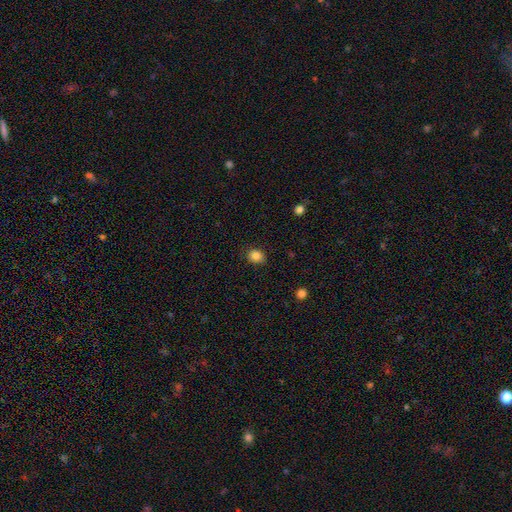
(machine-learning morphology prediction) Smooth or featured?
  - smooth: 86% *
  - star or artifact: 11%
  - featured or disk: 4%
How rounded?
  - round: 62% *
  - in between: 37%
  - cigar-shaped: 1%
Merging?
  - none: 85% *
  - minor disturbance: 11%
  - major disturbance: 3%
  - merger: 1%